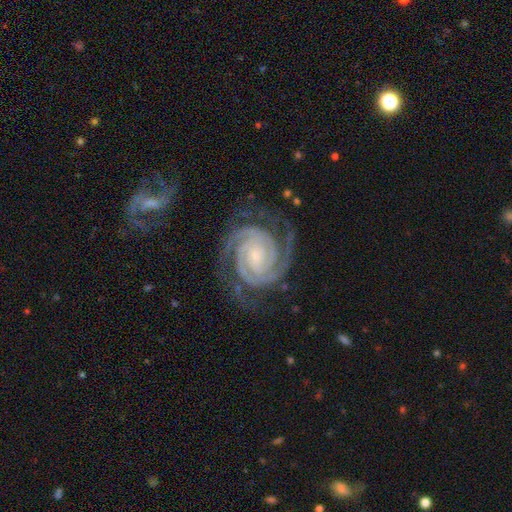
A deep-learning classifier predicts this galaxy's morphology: Smooth or featured: featured or disk — 94% (star or artifact — 4%)
Edge-on disk: no — 98% (yes — 2%)
Bar: no — 54% (weak — 30%)
Spiral arms: yes — 99% (no — 1%)
Spiral winding: tight — 81% (medium — 17%)
Spiral arm count: 2 — 73% (3 — 12%)
Bulge size: small — 71% (moderate — 18%)
Merging: none — 78% (minor disturbance — 14%)